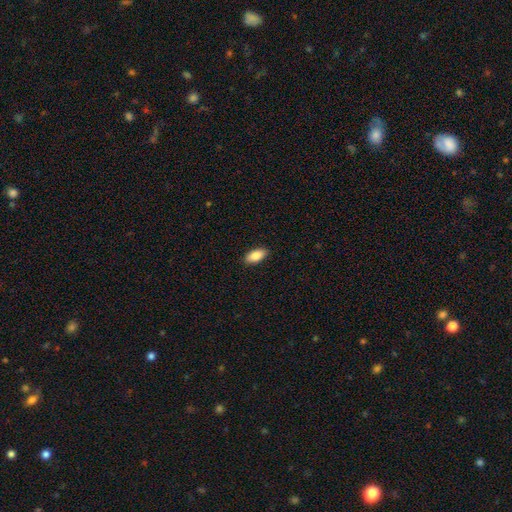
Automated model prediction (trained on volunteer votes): The model was most divided on "smooth or featured": smooth: 85%, featured or disk: 9%, star or artifact: 7%. More confident: merging — none (90%); how rounded — in between (90%).